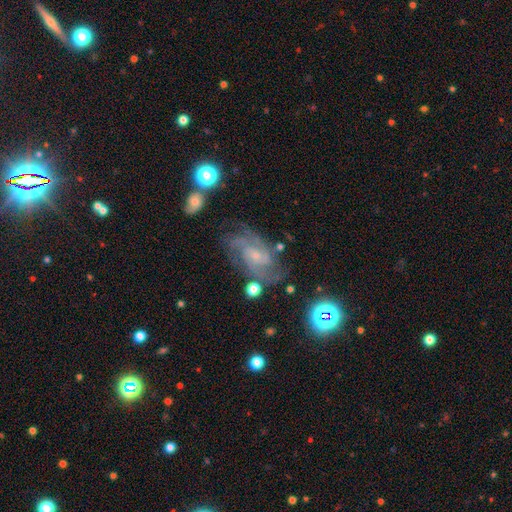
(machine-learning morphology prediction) Q: Smooth or featured?
A: featured or disk (81%); runner-up: star or artifact (10%)
Q: Edge-on disk?
A: no (96%); runner-up: yes (4%)
Q: Bar?
A: no (50%); runner-up: weak (42%)
Q: Spiral arms?
A: yes (95%); runner-up: no (5%)
Q: Spiral winding?
A: medium (47%); runner-up: tight (39%)
Q: Spiral arm count?
A: 2 (30%); runner-up: can't tell (26%)
Q: Bulge size?
A: small (64%); runner-up: moderate (23%)
Q: Merging?
A: none (67%); runner-up: minor disturbance (18%)